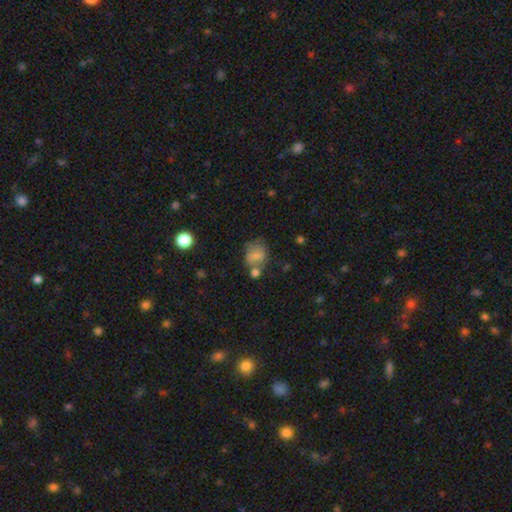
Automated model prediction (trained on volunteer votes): Smooth or featured? Predicted: smooth (p=0.67). How rounded? Predicted: round (p=0.54). Merging? Predicted: none (p=0.41).